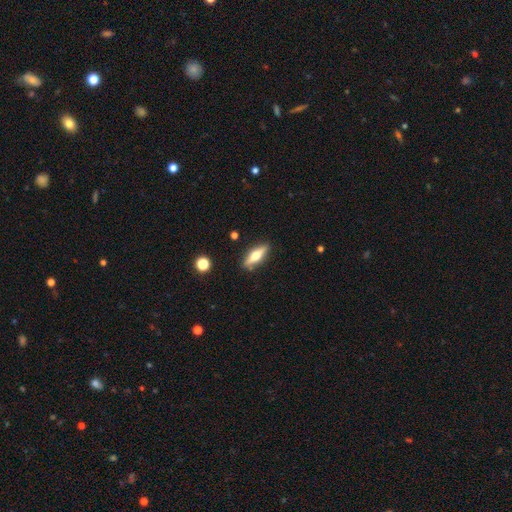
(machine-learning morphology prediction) This is possibly a featured or disk galaxy (53%). It is clearly viewed edge-on (90%). Merging: clearly none (87%).